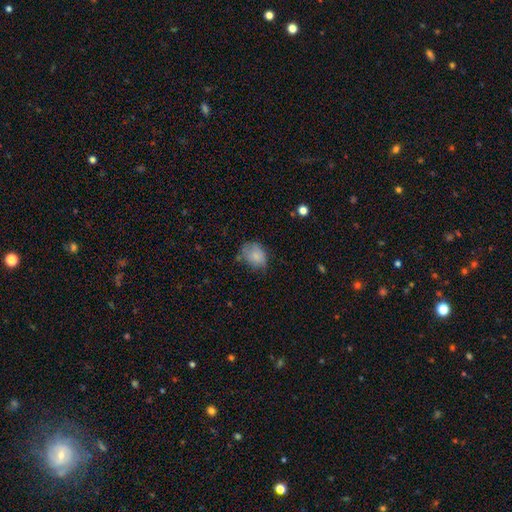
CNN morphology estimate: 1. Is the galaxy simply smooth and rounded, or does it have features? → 80% smooth, 11% featured or disk, 9% star or artifact.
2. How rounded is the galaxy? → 61% in between, 38% round, 1% cigar-shaped.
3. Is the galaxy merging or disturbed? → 55% none, 31% minor disturbance, 10% major disturbance, 4% merger.